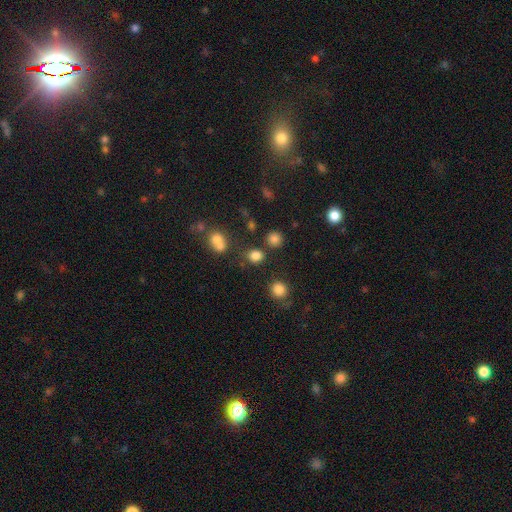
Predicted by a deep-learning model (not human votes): This appears to be a smooth galaxy with no disk features (79%) that is round (74%). Merging: none (75%).